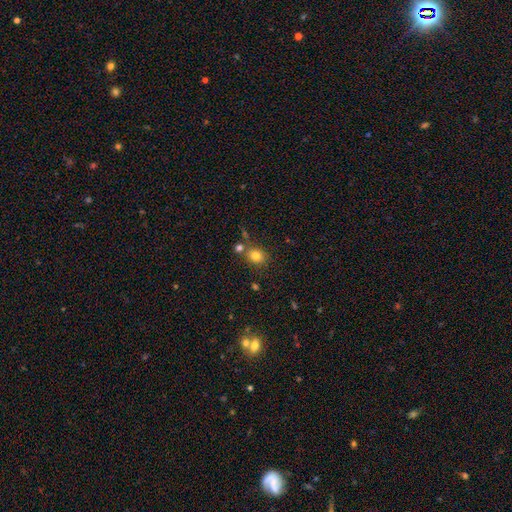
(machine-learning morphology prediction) Overall: smooth (80%). How rounded: round (58%; in between 41%). Merging: none (69%).